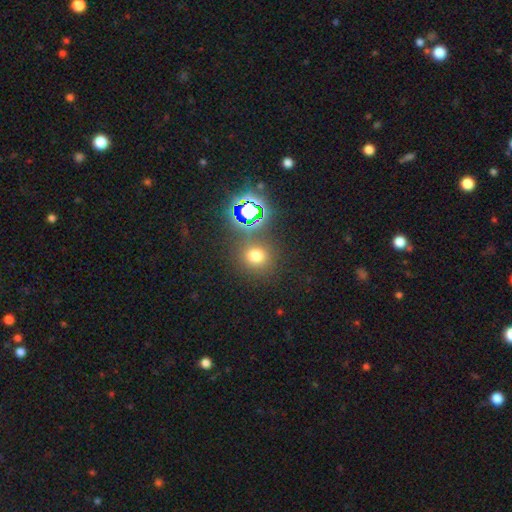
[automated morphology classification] A smooth galaxy with no disk features (64%) that is round (83%). Merging: none (81%).